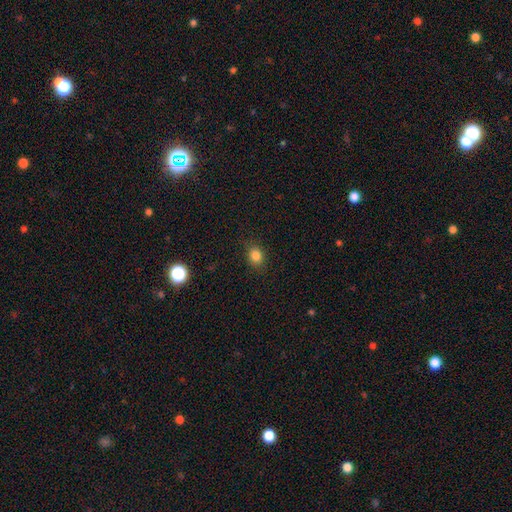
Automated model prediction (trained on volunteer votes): A smooth galaxy with no disk features (83%) that is round (53%). Merging: none (85%).